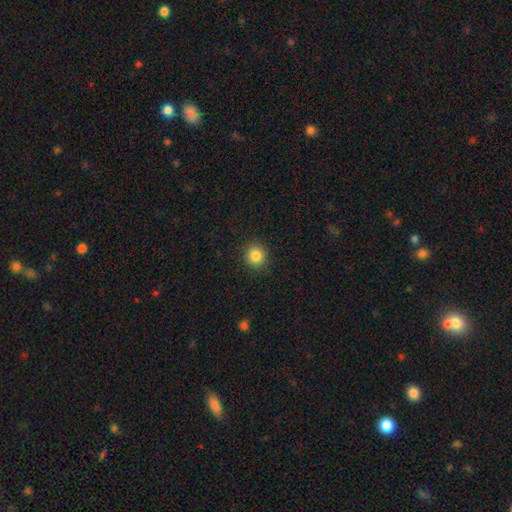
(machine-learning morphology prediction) Smooth or featured? smooth (85%)
How rounded? round (89%)
Merging? none (90%)